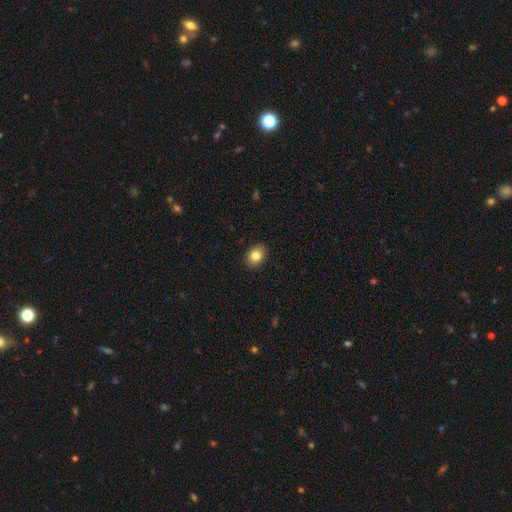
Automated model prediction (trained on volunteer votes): Smooth or featured? Predicted: smooth (p=0.83). How rounded? Predicted: in between (p=0.68). Merging? Predicted: none (p=0.89).